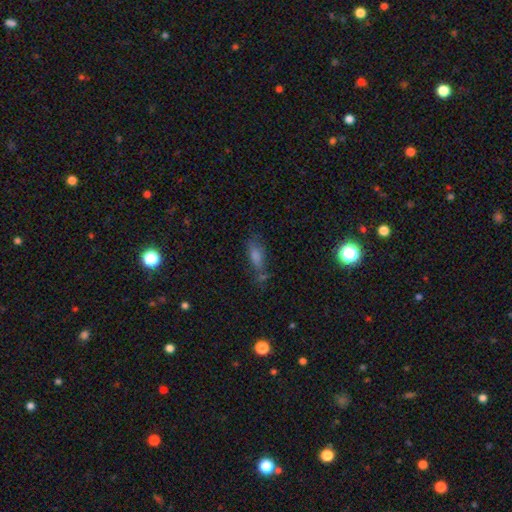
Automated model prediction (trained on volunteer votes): A smooth galaxy with no disk features (55%) that is in between round and cigar-shaped (56%).

Vote fractions:
- Smooth or featured? smooth: 55% / star or artifact: 24% / featured or disk: 21%
- How rounded? in between: 56% / cigar-shaped: 36% / round: 8%
- Merging? none: 62% / minor disturbance: 20% / merger: 9% / major disturbance: 9%